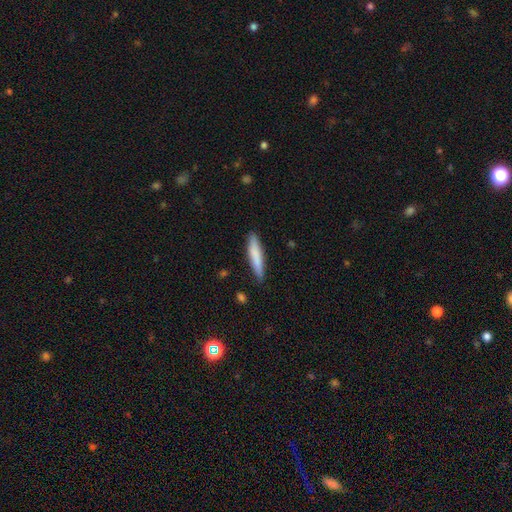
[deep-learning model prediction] A smooth galaxy with no disk features (79%) that is cigar-shaped (88%).

Vote fractions:
- Smooth or featured? smooth: 79% / featured or disk: 15% / star or artifact: 6%
- How rounded? cigar-shaped: 88% / in between: 11% / round: 1%
- Merging? none: 87% / minor disturbance: 10% / major disturbance: 2% / merger: 1%